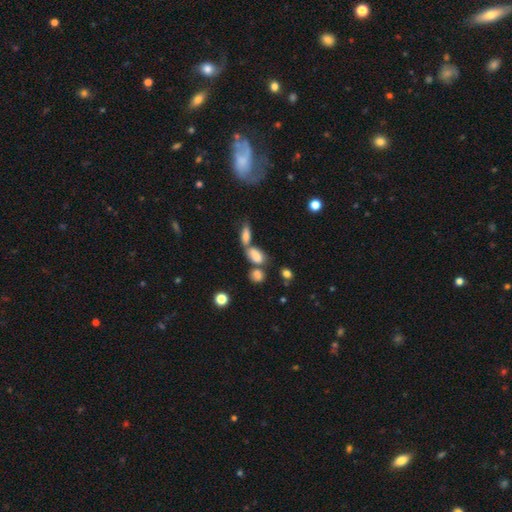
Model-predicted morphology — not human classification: A smooth galaxy with no disk features (77%) that is in between round and cigar-shaped (80%). Merging: merger (47%).